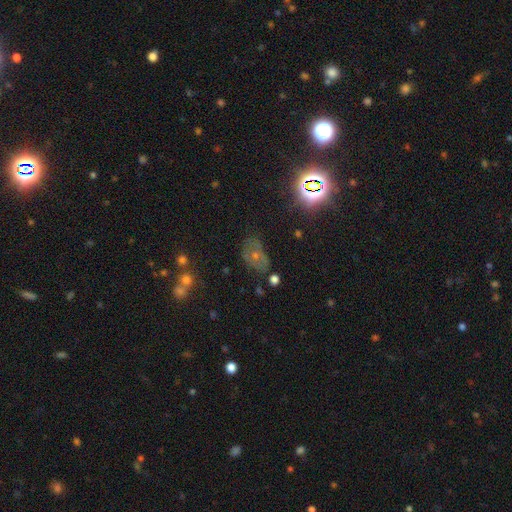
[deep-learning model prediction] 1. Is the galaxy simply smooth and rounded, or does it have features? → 39% smooth, 32% featured or disk, 29% star or artifact.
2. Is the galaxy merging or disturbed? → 53% none, 27% minor disturbance, 15% major disturbance, 5% merger.